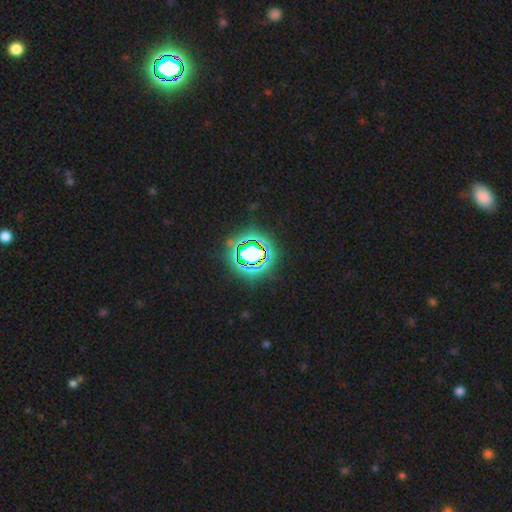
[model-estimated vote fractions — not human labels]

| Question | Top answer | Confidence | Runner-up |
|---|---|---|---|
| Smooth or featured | star or artifact | 69% | smooth (20%) |